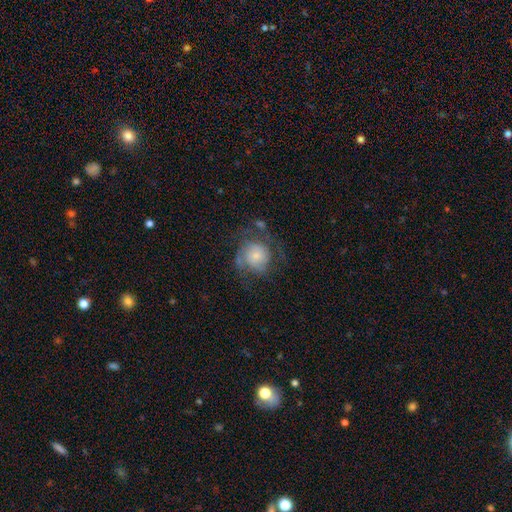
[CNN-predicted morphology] featured or disk 59%, smooth 34%, star or artifact 7%. Down the decision tree: edge-on disk — no (98%); bar — no (76%); spiral arms — yes (80%); bulge size — small (56%); merging — none (46%).